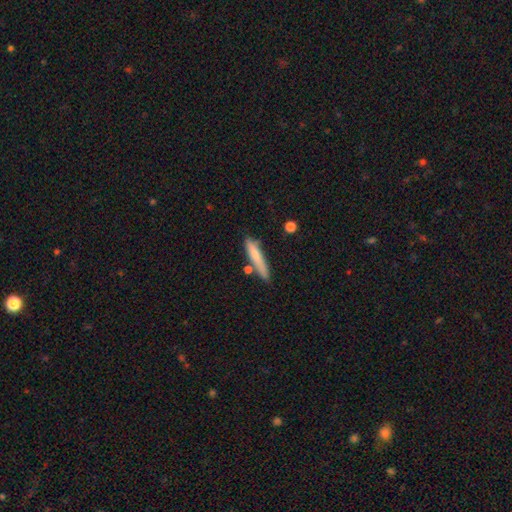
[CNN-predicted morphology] This appears to be a smooth galaxy with no disk features (72%) that is cigar-shaped (89%). Merging: none (71%).